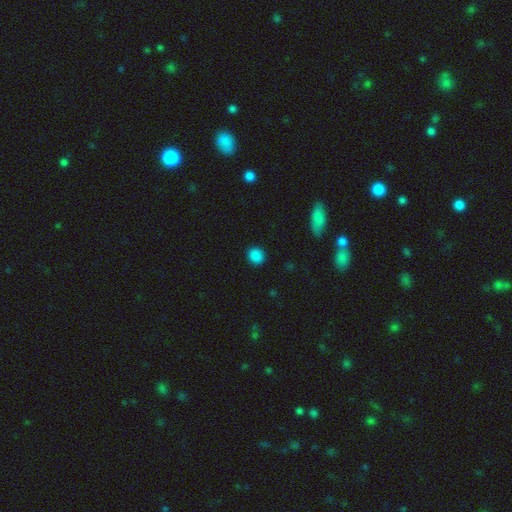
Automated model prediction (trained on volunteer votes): Morphology: type=smooth (86%); roundness=round (77%); merging=none (90%).